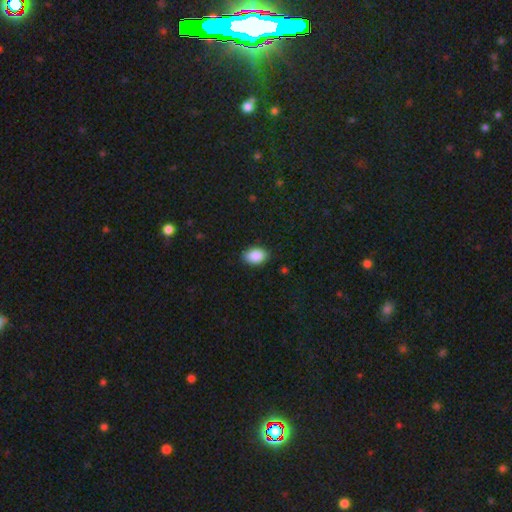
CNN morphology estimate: smooth 88%, star or artifact 7%, featured or disk 4%. Down the decision tree: how rounded — in between (86%); merging — none (87%).